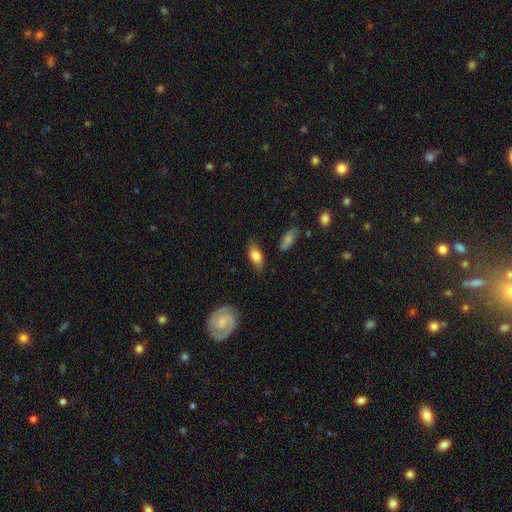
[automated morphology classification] A smooth galaxy with no disk features (75%) that is in between round and cigar-shaped (86%).

Vote fractions:
- Smooth or featured? smooth: 75% / featured or disk: 18% / star or artifact: 7%
- How rounded? in between: 86% / cigar-shaped: 10% / round: 5%
- Merging? none: 75% / minor disturbance: 19% / major disturbance: 4% / merger: 2%